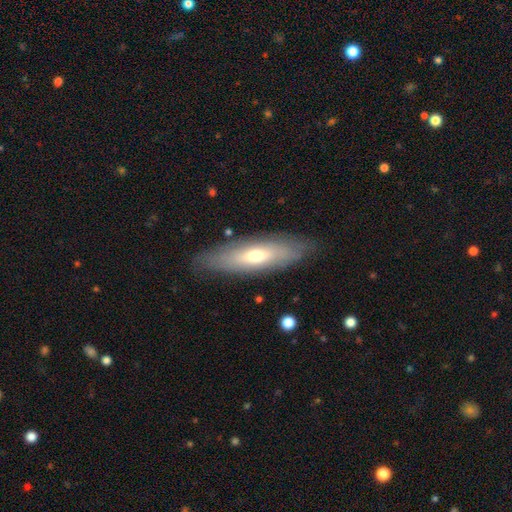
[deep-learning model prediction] Smooth or featured?
  - smooth: 53% *
  - featured or disk: 40%
  - star or artifact: 7%
How rounded?
  - in between: 49% * (tied)
  - cigar-shaped: 49% * (tied)
  - round: 2%
Merging?
  - none: 82% *
  - minor disturbance: 13%
  - major disturbance: 4%
  - merger: 1%